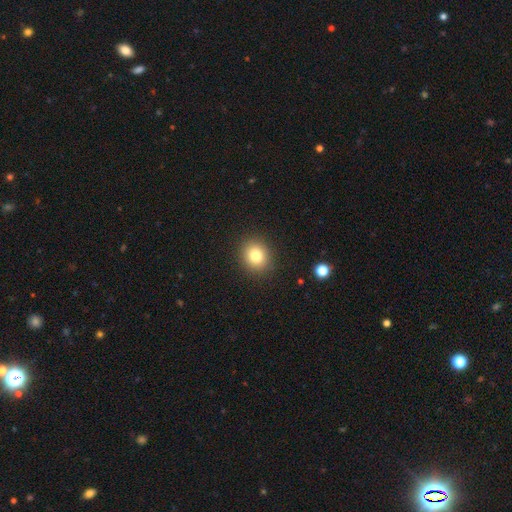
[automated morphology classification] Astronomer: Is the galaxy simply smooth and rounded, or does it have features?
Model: smooth — 80%.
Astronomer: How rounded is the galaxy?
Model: round — 77%.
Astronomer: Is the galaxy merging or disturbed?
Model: none — 90%.